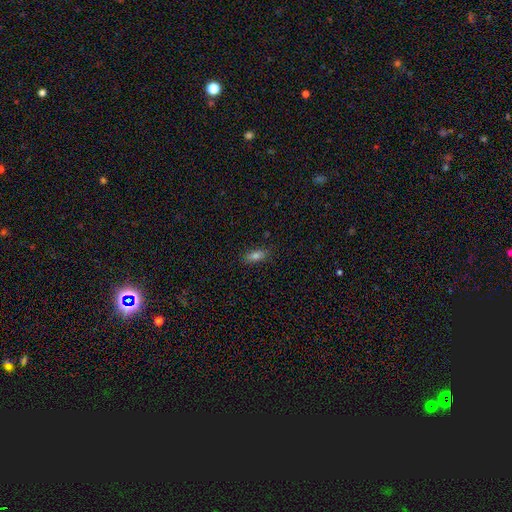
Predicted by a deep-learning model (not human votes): Smooth or featured?
  - smooth: 78% *
  - star or artifact: 11%
  - featured or disk: 10%
How rounded?
  - in between: 76% *
  - cigar-shaped: 19%
  - round: 4%
Merging?
  - none: 85% *
  - minor disturbance: 11%
  - major disturbance: 2%
  - merger: 1%